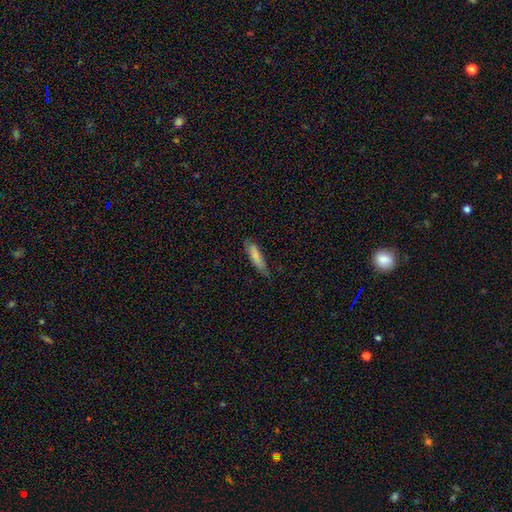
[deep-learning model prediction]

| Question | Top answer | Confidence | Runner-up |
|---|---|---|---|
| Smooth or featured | smooth | 81% | featured or disk (13%) |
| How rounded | cigar-shaped | 67% | in between (32%) |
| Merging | none | 71% | minor disturbance (23%) |